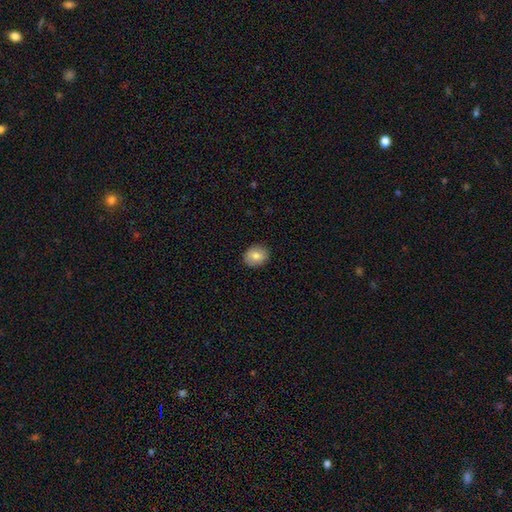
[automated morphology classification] Overall: smooth (80%). How rounded: round (56%; in between 43%). Merging: none (89%).